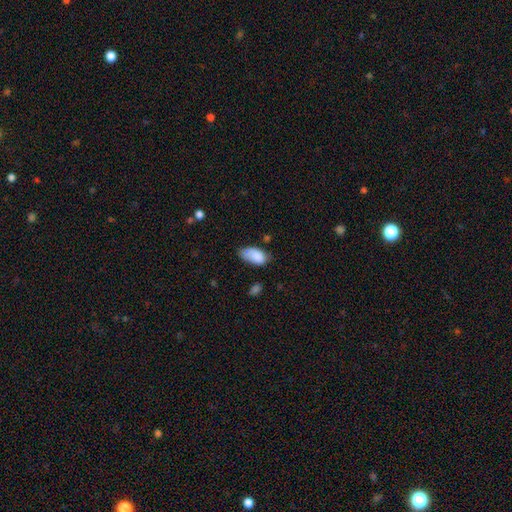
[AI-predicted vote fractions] A smooth galaxy with no disk features (84%) that is in between round and cigar-shaped (94%). Merging: none (49%).